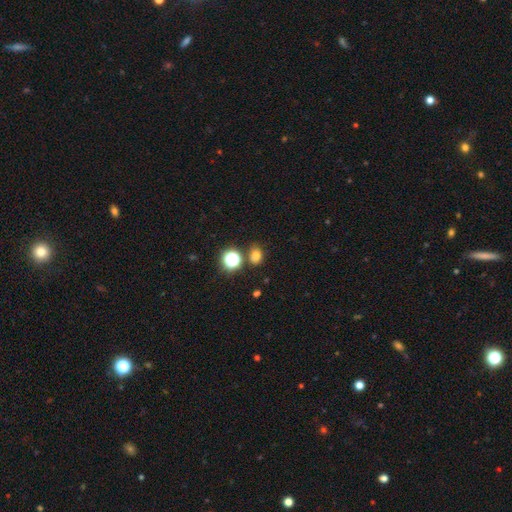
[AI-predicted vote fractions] A smooth galaxy with no disk features (74%) that is in between round and cigar-shaped (50%). Merging: none (77%).